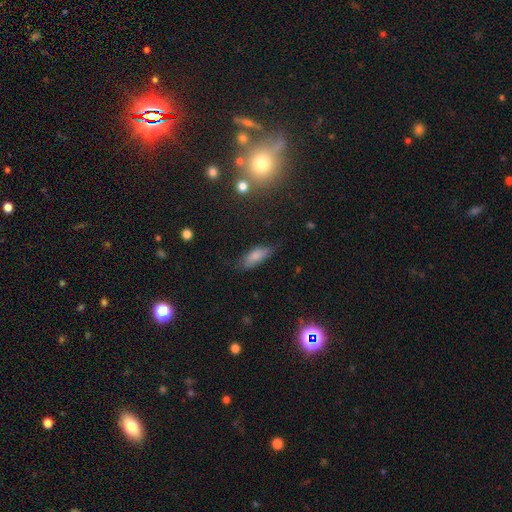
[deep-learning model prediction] Smooth or featured: smooth — 78% (featured or disk — 13%)
How rounded: in between — 70% (cigar-shaped — 27%)
Merging: none — 63% (minor disturbance — 28%)